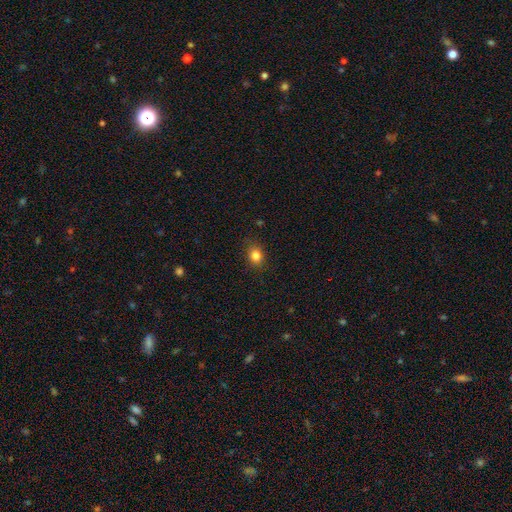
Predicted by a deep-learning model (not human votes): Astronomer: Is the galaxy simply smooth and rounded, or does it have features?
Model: smooth — 83%.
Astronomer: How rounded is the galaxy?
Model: round — 57% (runner-up: in between, 42%).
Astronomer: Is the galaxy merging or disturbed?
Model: none — 84%.